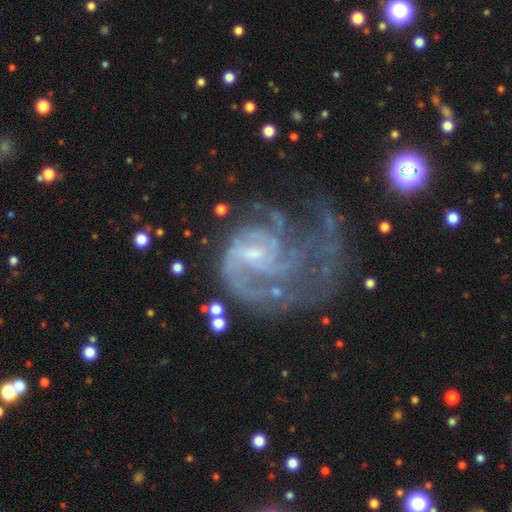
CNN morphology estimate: Smooth or featured?
  - featured or disk: 86% *
  - star or artifact: 8%
  - smooth: 6%
Edge-on disk?
  - no: 98% *
  - yes: 2%
Bar?
  - no: 47% *
  - weak: 44%
  - strong: 10%
Spiral arms?
  - yes: 93% *
  - no: 7%
Spiral winding?
  - medium: 44% *
  - tight: 35%
  - loose: 20%
Spiral arm count?
  - can't tell: 26% *
  - 2: 24%
  - 3: 22%
  - 1: 13%
  - 4: 8%
  - more than 4: 6%
Bulge size?
  - small: 58% *
  - none: 22%
  - moderate: 18%
  - large: 2%
  - dominant: 1%
Merging?
  - major disturbance: 42% *
  - none: 35%
  - minor disturbance: 18%
  - merger: 6%